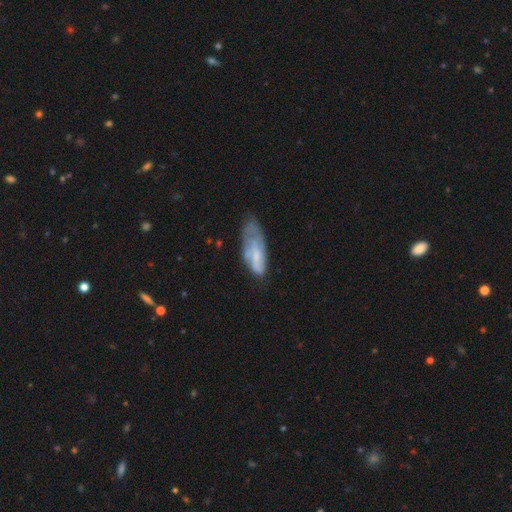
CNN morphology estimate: Smooth or featured? Predicted: smooth (p=0.51). How rounded? Predicted: in between (p=0.67). Merging? Predicted: none (p=0.37).